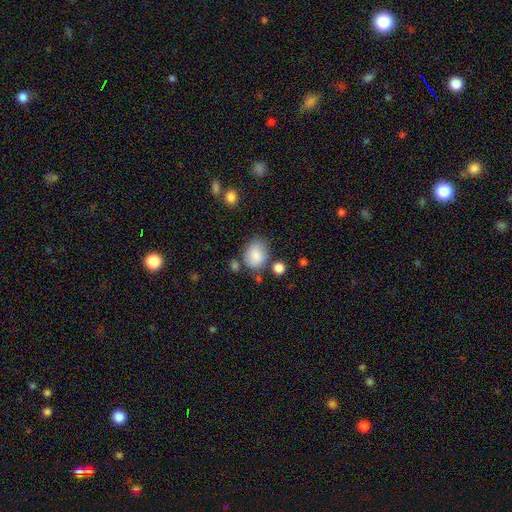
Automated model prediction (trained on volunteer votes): This appears to be a smooth galaxy with no disk features (84%) that is in between round and cigar-shaped (53%). Merging: none (64%).